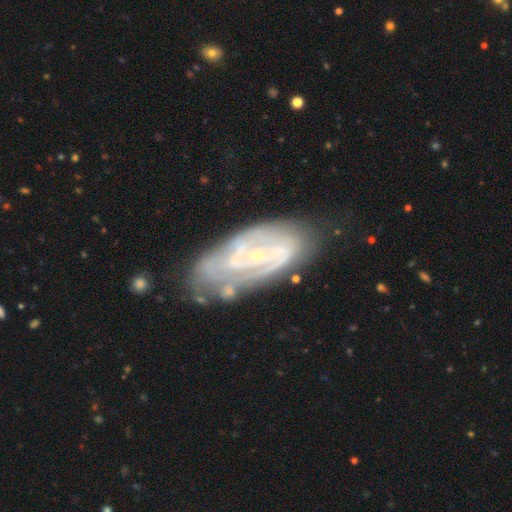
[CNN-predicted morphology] Overall: featured or disk (80%). Edge-on disk: no (92%). Bar: no (53%; weak 34%). Spiral arms: yes (81%). Spiral arm count: can't tell (41%; 2 38%). Spiral winding: tight (53%; medium 35%). Bulge size: small (77%). Merging: none (66%).